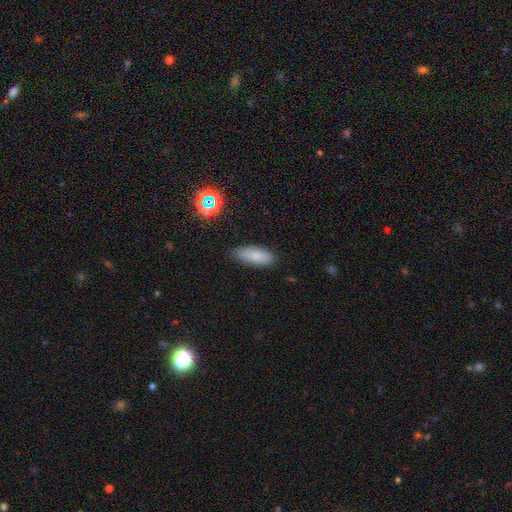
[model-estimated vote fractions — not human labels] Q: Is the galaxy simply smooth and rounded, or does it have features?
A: smooth — 79%.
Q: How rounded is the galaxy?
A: in between — 76%.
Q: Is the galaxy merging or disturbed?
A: none — 84%.